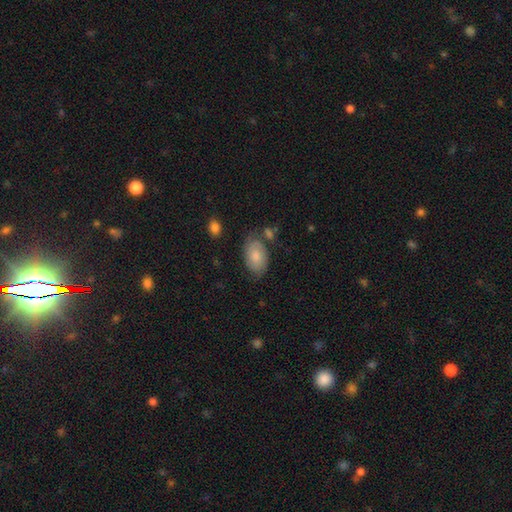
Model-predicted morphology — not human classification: A smooth galaxy with no disk features (65%) that is in between round and cigar-shaped (90%). Merging: none (64%).